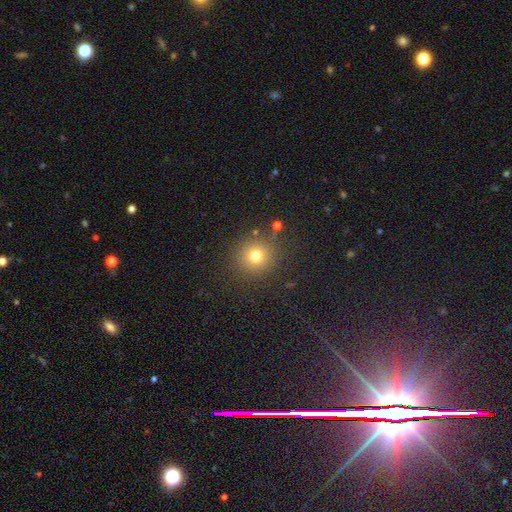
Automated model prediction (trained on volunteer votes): smooth_or_featured: smooth (p=0.74) [alt: star or artifact p=0.17]
how_rounded: round (p=0.93) [alt: in between p=0.06]
merging: none (p=0.86) [alt: minor disturbance p=0.08]